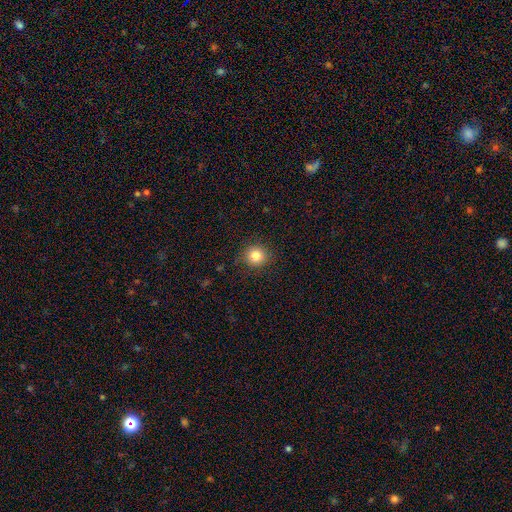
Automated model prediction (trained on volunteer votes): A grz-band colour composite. It shows a smooth galaxy with no disk features (83%) that is round (90%). Merging: none (88%).